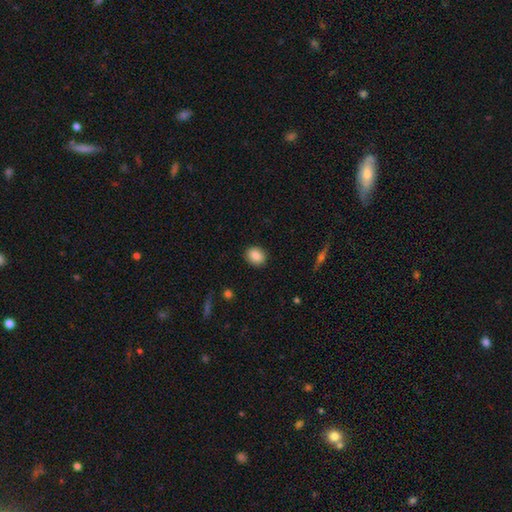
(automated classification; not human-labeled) This is clearly a smooth galaxy (87%). How rounded: possibly round (58%). Merging: clearly none (89%).